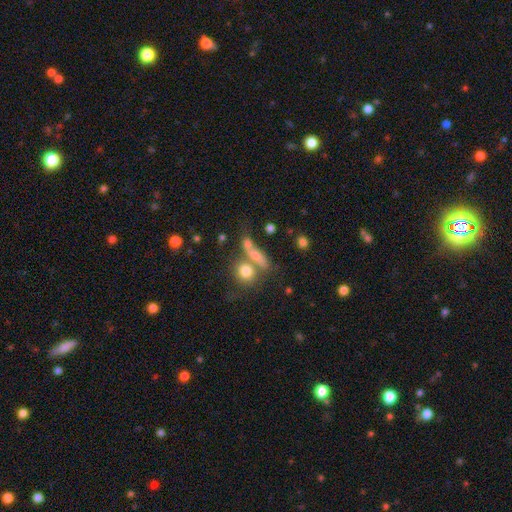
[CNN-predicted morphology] smooth 65%, featured or disk 22%, star or artifact 13%. Down the decision tree: how rounded — cigar-shaped (37%); merging — none (41%).